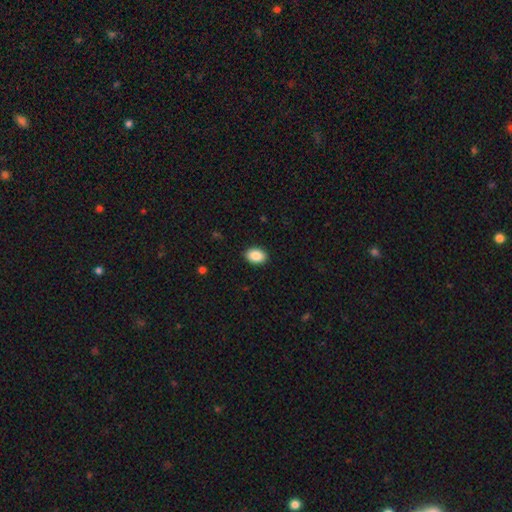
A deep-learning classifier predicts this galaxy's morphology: The model was most divided on "how rounded": in between: 84%, round: 15%, cigar-shaped: 1%. More confident: merging — none (90%); smooth or featured — smooth (89%).